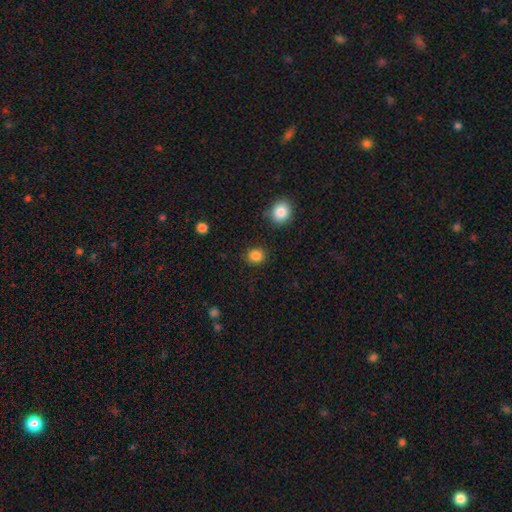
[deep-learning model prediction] Morphology: type=smooth (86%); roundness=round (82%); merging=none (89%).